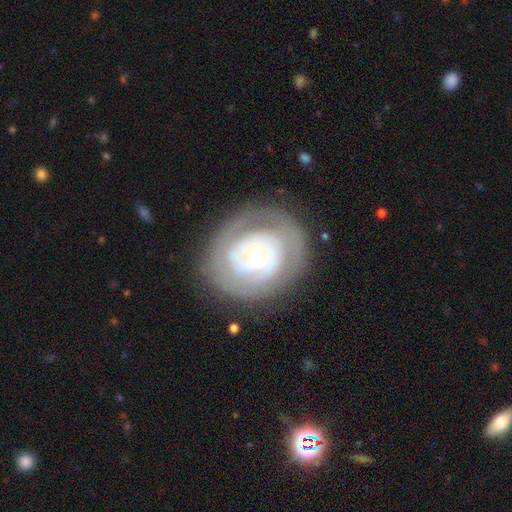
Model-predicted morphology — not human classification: This is likely a featured or disk galaxy (74%). It is clearly not viewed edge-on (96%). Bar: likely no (75%). Spiral arm pattern: possibly yes (59%). Central bulge: likely moderate (66%). Merging: likely none (78%).